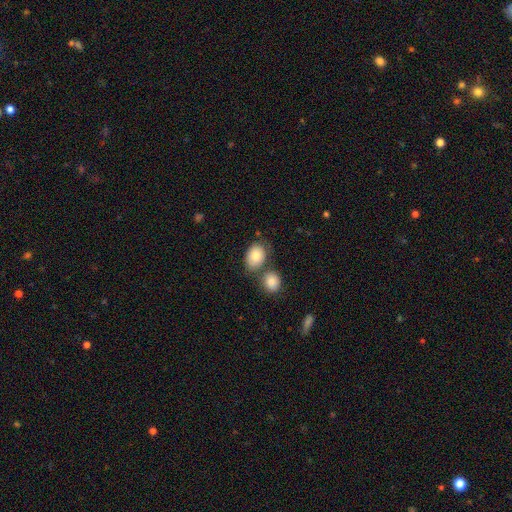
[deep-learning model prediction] A smooth galaxy with no disk features (83%) that is in between round and cigar-shaped (75%).

Vote fractions:
- Smooth or featured? smooth: 83% / featured or disk: 10% / star or artifact: 7%
- How rounded? in between: 75% / round: 24% / cigar-shaped: 1%
- Merging? none: 56% / merger: 27% / minor disturbance: 13% / major disturbance: 4%